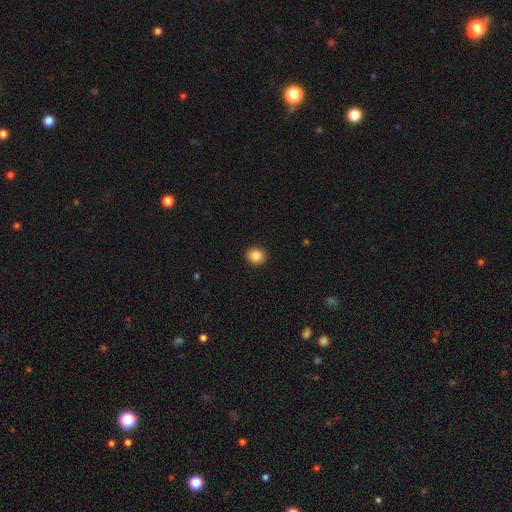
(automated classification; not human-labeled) Smooth or featured?
  - smooth: 87% *
  - star or artifact: 9%
  - featured or disk: 3%
How rounded?
  - round: 79% *
  - in between: 20%
  - cigar-shaped: 1%
Merging?
  - none: 92% *
  - minor disturbance: 5%
  - major disturbance: 2%
  - merger: 1%